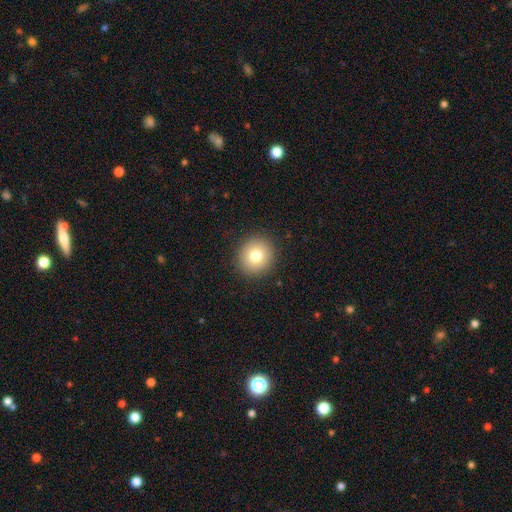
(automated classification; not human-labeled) A smooth galaxy with no disk features (77%) that is round (91%).

Vote fractions:
- Smooth or featured? smooth: 77% / star or artifact: 12% / featured or disk: 12%
- How rounded? round: 91% / in between: 9% / cigar-shaped: 1%
- Merging? none: 91% / minor disturbance: 6% / major disturbance: 2% / merger: 1%